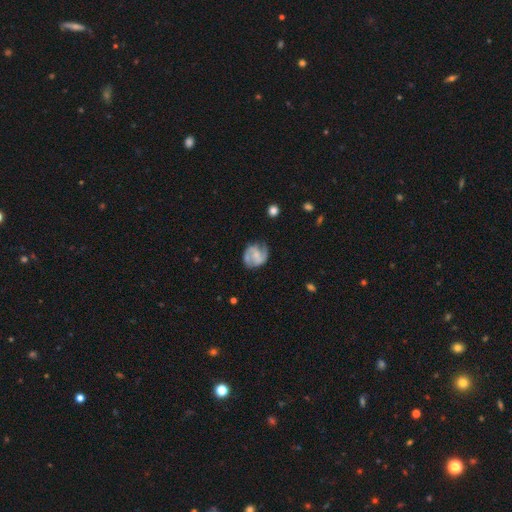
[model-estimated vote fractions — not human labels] Overall: featured or disk (71%). Edge-on disk: no (98%). Bar: weak (44%; no 39%). Spiral arms: yes (90%). Spiral arm count: 2 (82%). Spiral winding: medium (48%; tight 28%). Bulge size: small (42%; none 32%). Merging: none (66%).